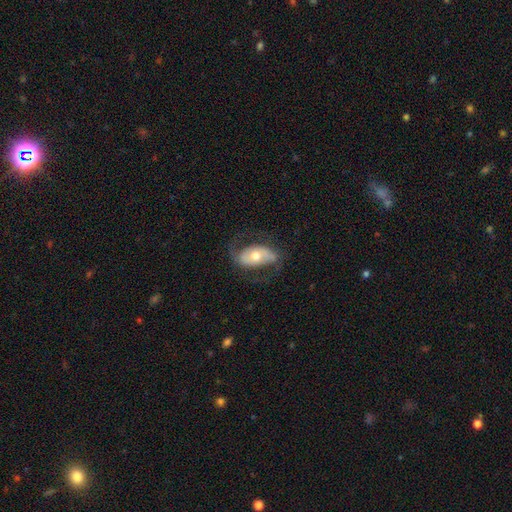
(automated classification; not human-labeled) Overall: featured or disk (62%; smooth 32%). Edge-on disk: no (92%). Bar: no (58%; weak 26%). Spiral arms: yes (73%). Bulge size: moderate (71%). Merging: none (67%).